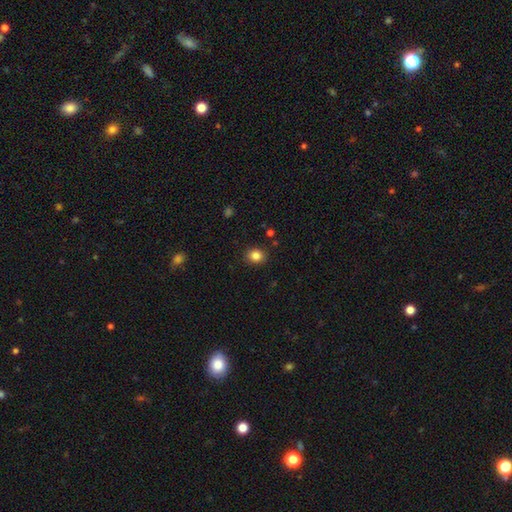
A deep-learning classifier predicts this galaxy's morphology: Smooth or featured?
  - smooth: 84% *
  - star or artifact: 11%
  - featured or disk: 5%
How rounded?
  - round: 62% *
  - in between: 37%
  - cigar-shaped: 1%
Merging?
  - none: 88% *
  - minor disturbance: 8%
  - major disturbance: 2%
  - merger: 1%